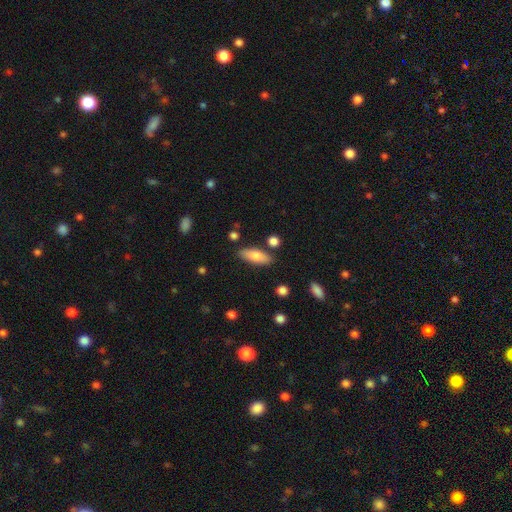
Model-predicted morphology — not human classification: smooth-or-featured: smooth: 77% | featured or disk: 17% | star or artifact: 7%
  how-rounded: in between: 69% | cigar-shaped: 28% | round: 2%
  merging: none: 83% | minor disturbance: 11% | merger: 4% | major disturbance: 2%